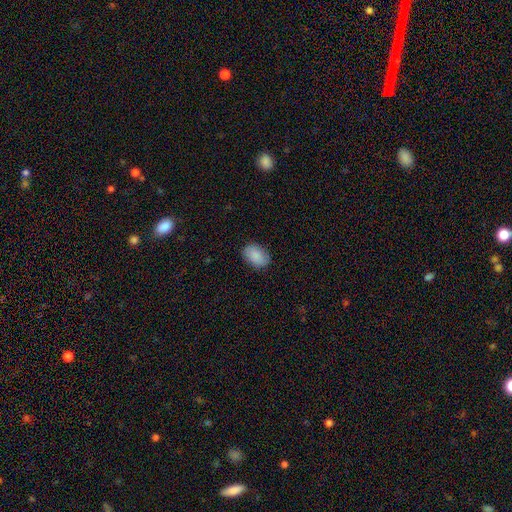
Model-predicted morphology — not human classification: Overall: smooth (86%). How rounded: in between (83%). Merging: none (84%).